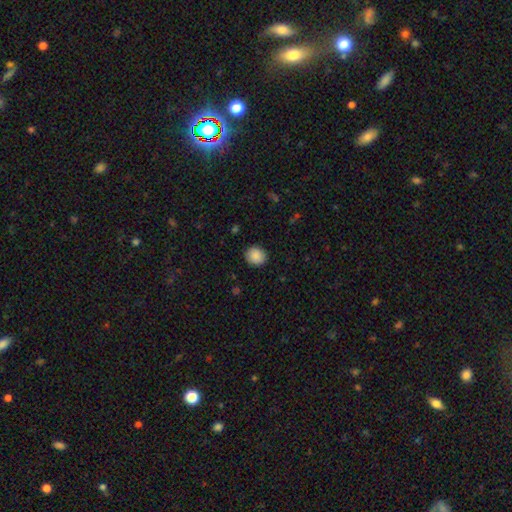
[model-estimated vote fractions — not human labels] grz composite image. It shows a smooth galaxy with no disk features (89%) that is round (79%). Merging: none (89%).